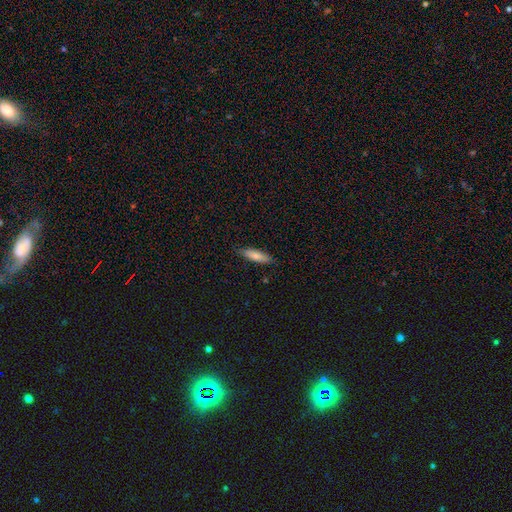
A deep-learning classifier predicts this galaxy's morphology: A smooth galaxy with no disk features (79%) that is cigar-shaped (57%). Merging: none (82%).